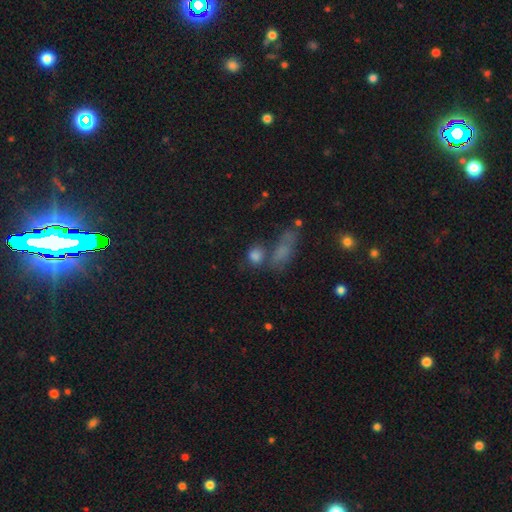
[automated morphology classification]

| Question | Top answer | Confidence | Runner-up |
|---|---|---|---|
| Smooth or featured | smooth | 79% | star or artifact (13%) |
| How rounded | round | 63% | in between (33%) |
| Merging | none | 51% | merger (28%) |